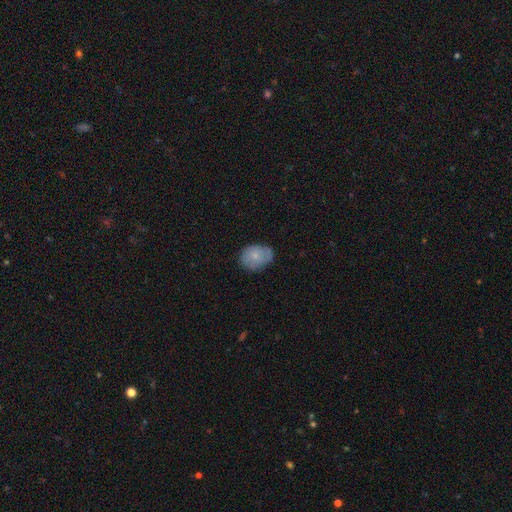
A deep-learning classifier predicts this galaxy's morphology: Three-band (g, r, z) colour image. It shows a smooth galaxy with no disk features (72%) that is in between round and cigar-shaped (65%). Merging: none (67%).